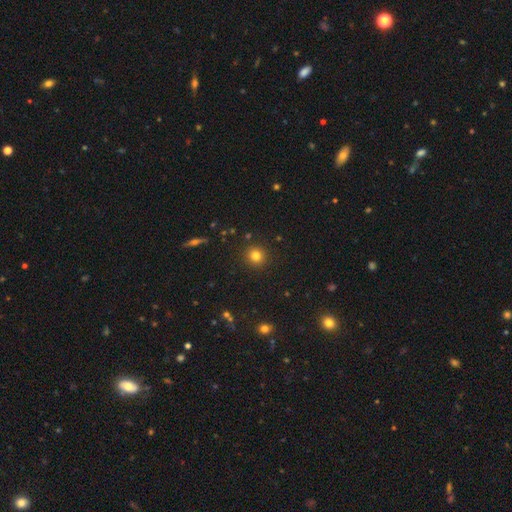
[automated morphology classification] smooth 80%, star or artifact 14%, featured or disk 6%. Down the decision tree: how rounded — round (92%); merging — none (91%).